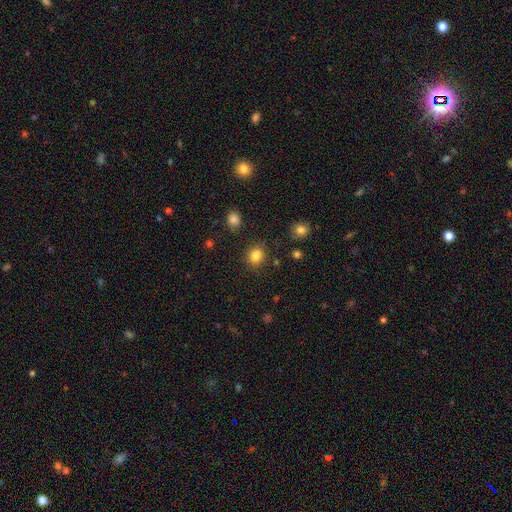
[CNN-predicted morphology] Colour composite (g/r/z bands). It shows a smooth galaxy with no disk features (83%) that is round (66%). Merging: none (79%).